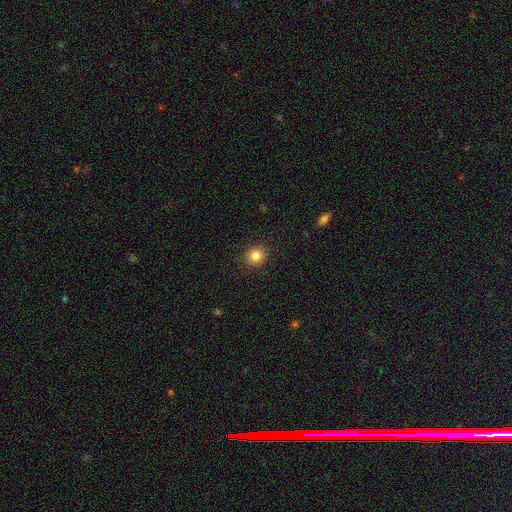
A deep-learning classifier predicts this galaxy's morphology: Smooth or featured? Predicted: smooth (p=0.84). How rounded? Predicted: round (p=0.88). Merging? Predicted: none (p=0.90).